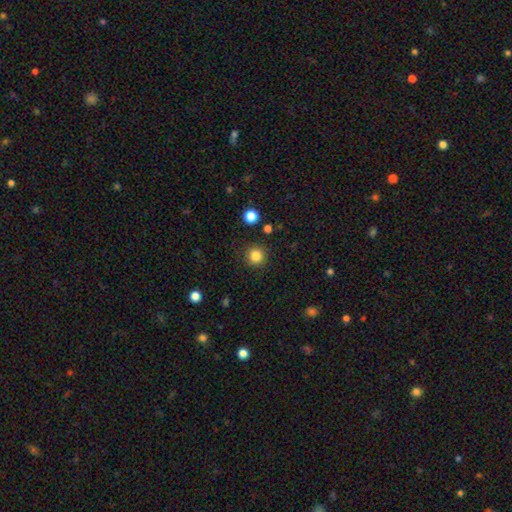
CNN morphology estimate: smooth-or-featured: smooth: 84% | star or artifact: 12% | featured or disk: 4%
  how-rounded: round: 94% | in between: 5% | cigar-shaped: 1%
  merging: none: 91% | minor disturbance: 6% | major disturbance: 2% | merger: 2%